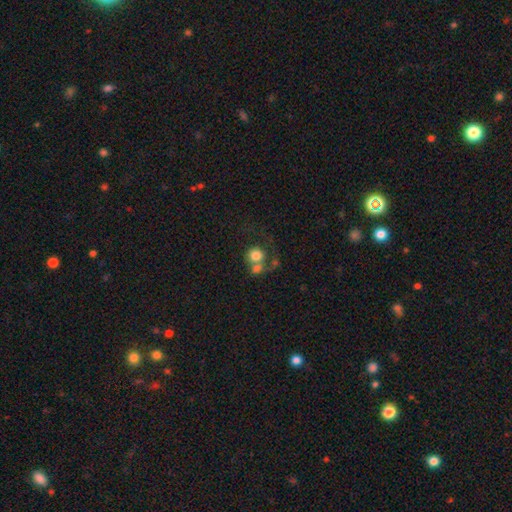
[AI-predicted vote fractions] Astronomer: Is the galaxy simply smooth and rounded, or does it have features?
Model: smooth — 76%.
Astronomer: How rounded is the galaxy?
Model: round — 83%.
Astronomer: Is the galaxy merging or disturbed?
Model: merger — 50% (runner-up: none, 32%).